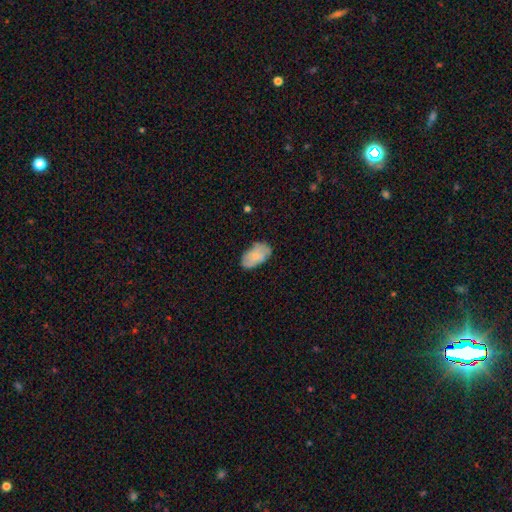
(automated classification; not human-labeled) This appears to be a smooth galaxy with no disk features (68%) that is in between round and cigar-shaped (94%). Merging: none (72%).